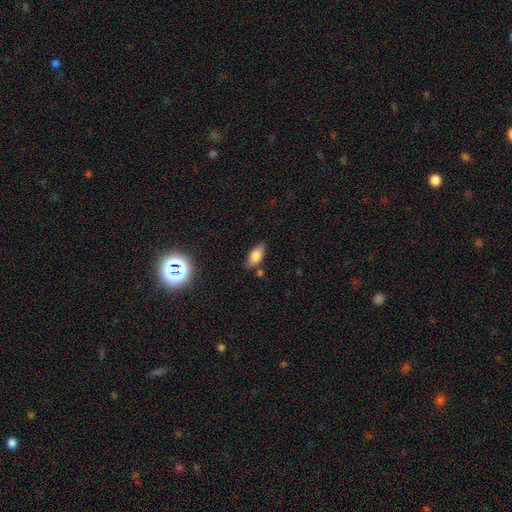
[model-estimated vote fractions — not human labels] Q: Smooth or featured?
A: smooth (74%); runner-up: featured or disk (17%)
Q: How rounded?
A: in between (84%); runner-up: cigar-shaped (13%)
Q: Merging?
A: none (75%); runner-up: minor disturbance (17%)